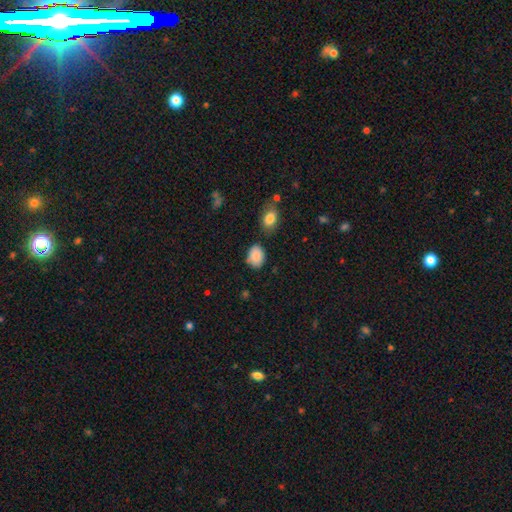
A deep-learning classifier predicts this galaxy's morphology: This appears to be a smooth galaxy with no disk features (87%) that is in between round and cigar-shaped (70%). Merging: none (70%).